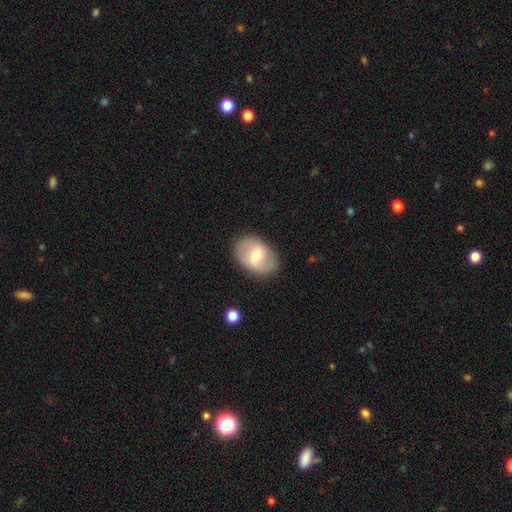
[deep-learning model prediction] Smooth or featured? Predicted: featured or disk (p=0.49). Merging? Predicted: none (p=0.84).